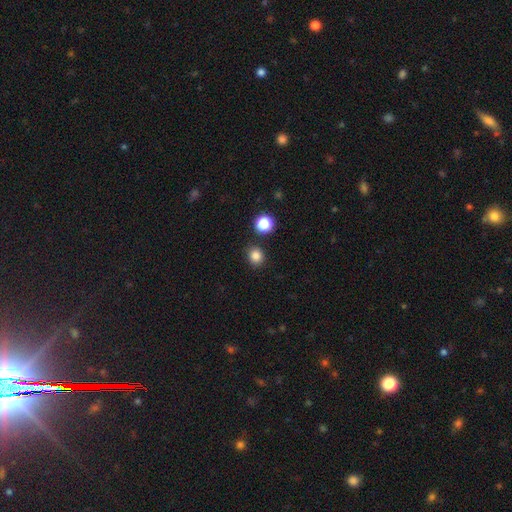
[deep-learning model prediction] Q: Smooth or featured?
A: smooth (83%); runner-up: star or artifact (13%)
Q: How rounded?
A: round (80%); runner-up: in between (19%)
Q: Merging?
A: none (85%); runner-up: minor disturbance (8%)